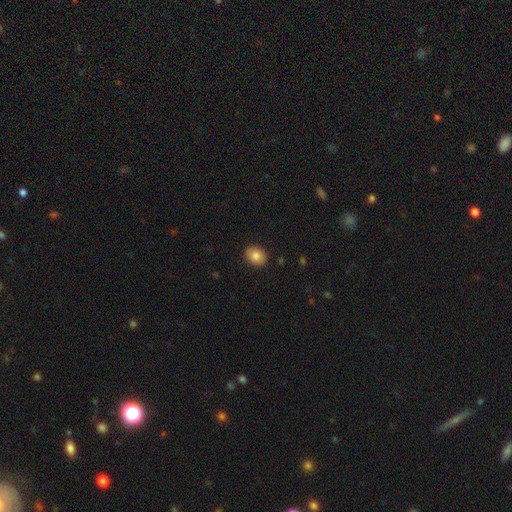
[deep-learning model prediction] smooth_or_featured: smooth (p=0.85) [alt: star or artifact p=0.08]
how_rounded: in between (p=0.53) [alt: round p=0.46]
merging: none (p=0.89) [alt: minor disturbance p=0.08]